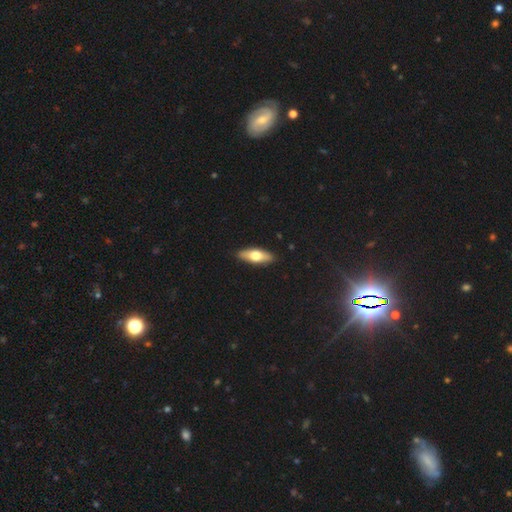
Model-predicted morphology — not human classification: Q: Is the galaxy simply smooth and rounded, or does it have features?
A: smooth — 59%.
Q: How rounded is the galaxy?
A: in between — 61%.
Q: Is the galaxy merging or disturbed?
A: none — 90%.